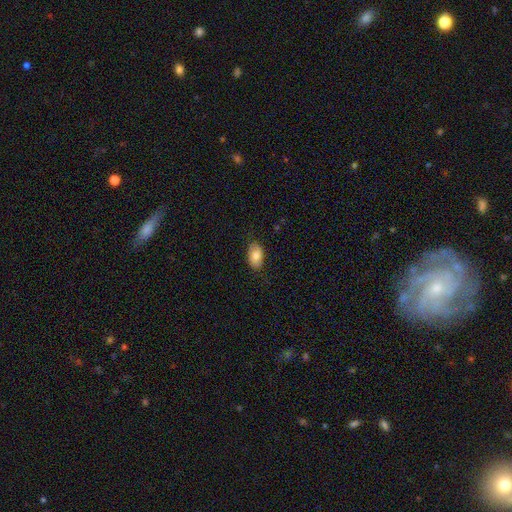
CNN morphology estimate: smooth 81%, featured or disk 13%, star or artifact 7%. Down the decision tree: how rounded — in between (92%); merging — none (83%).